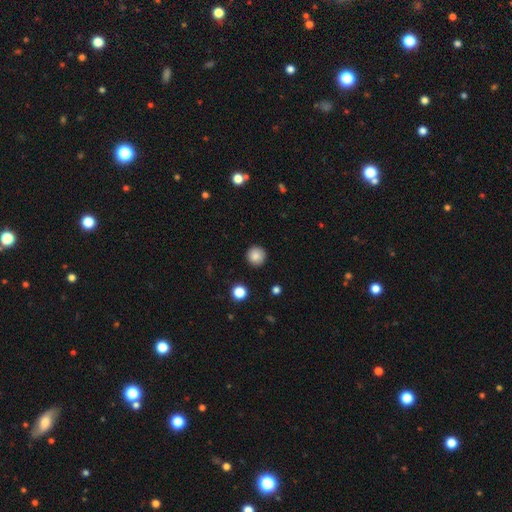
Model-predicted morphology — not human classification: Smooth or featured? Predicted: smooth (p=0.87). How rounded? Predicted: round (p=0.95). Merging? Predicted: none (p=0.91).